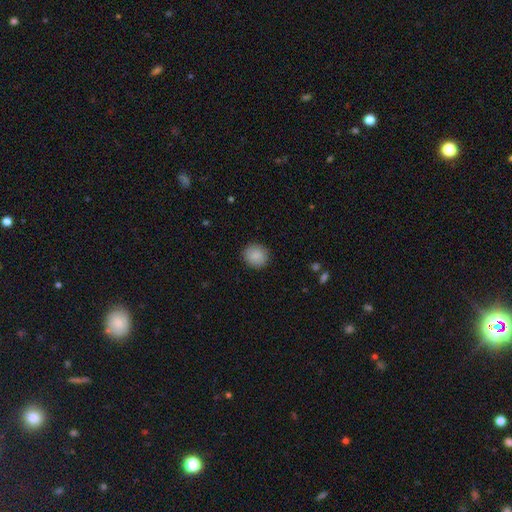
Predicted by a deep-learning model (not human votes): A smooth galaxy with no disk features (89%) that is round (88%).

Vote fractions:
- Smooth or featured? smooth: 89% / star or artifact: 8% / featured or disk: 4%
- How rounded? round: 88% / in between: 11% / cigar-shaped: 1%
- Merging? none: 90% / minor disturbance: 6% / major disturbance: 2% / merger: 1%